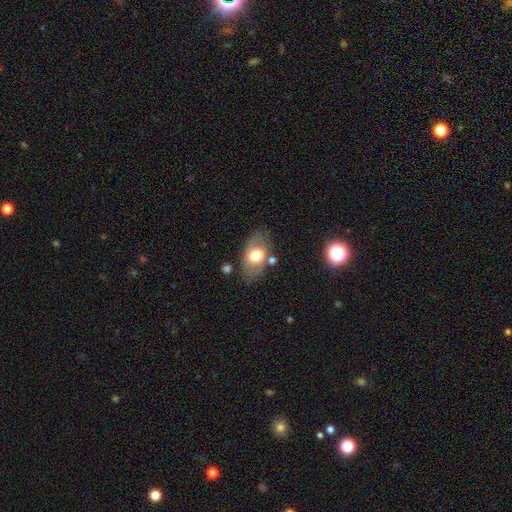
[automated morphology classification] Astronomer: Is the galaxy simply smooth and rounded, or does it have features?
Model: smooth — 62%.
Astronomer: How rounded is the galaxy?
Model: in between — 89%.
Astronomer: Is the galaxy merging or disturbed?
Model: none — 72%.